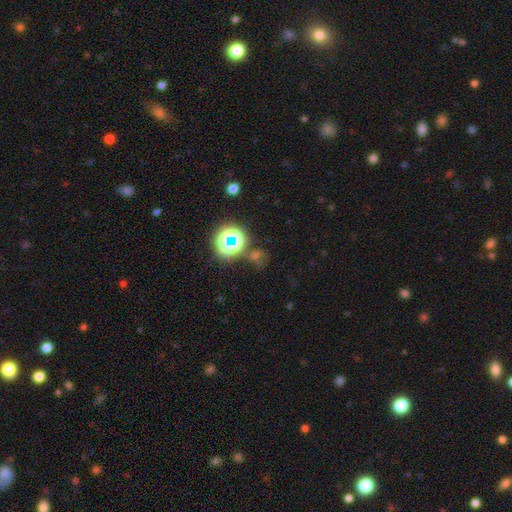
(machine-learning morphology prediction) This is likely a star or artifact rather than a galaxy (61%).